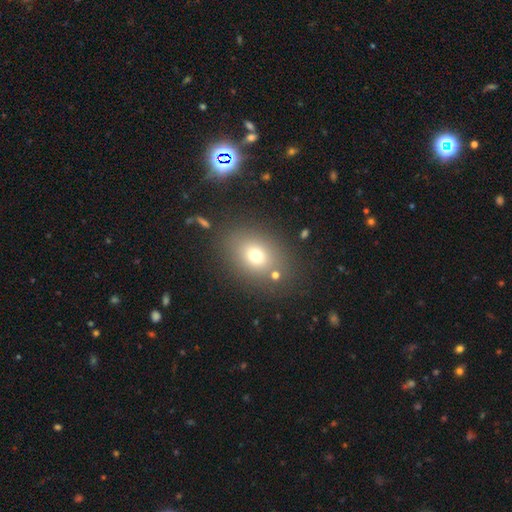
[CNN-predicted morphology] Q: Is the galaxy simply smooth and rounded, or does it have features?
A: smooth — 71%.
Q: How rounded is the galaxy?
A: in between — 60%.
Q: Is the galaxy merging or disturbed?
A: none — 77%.